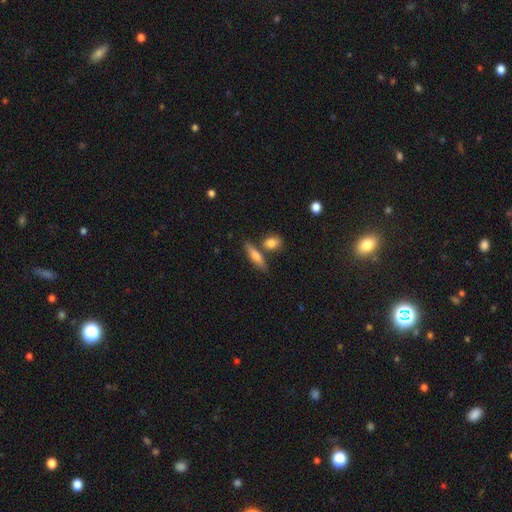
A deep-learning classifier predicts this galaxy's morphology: A smooth galaxy with no disk features (63%) that is cigar-shaped (63%). Merging: none (68%).